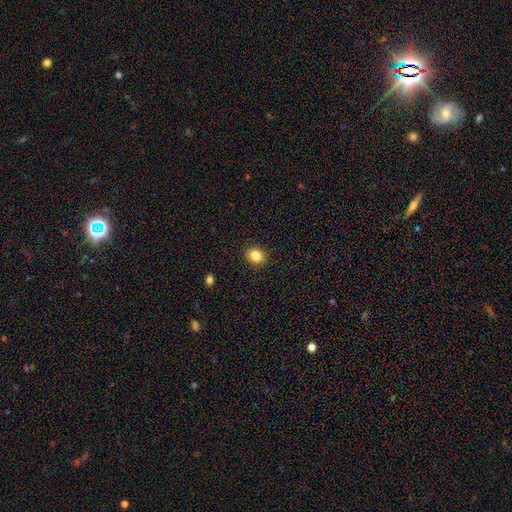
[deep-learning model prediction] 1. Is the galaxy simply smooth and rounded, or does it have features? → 85% smooth, 10% star or artifact, 5% featured or disk.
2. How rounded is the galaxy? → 56% round, 43% in between, 1% cigar-shaped.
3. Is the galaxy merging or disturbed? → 91% none, 7% minor disturbance, 2% major disturbance, 1% merger.